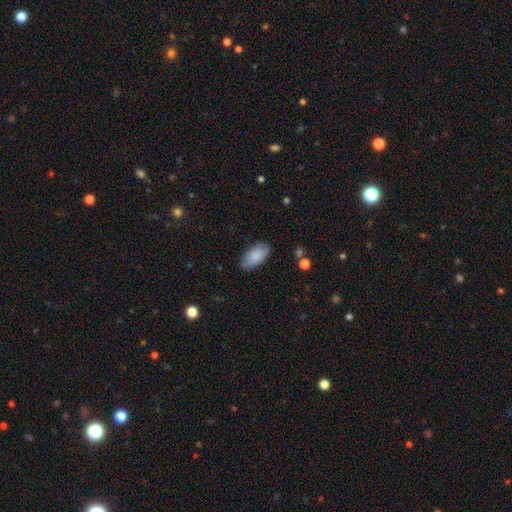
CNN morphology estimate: smooth-or-featured: smooth: 87% | featured or disk: 7% | star or artifact: 6%
  how-rounded: in between: 94% | cigar-shaped: 4% | round: 2%
  merging: none: 82% | minor disturbance: 14% | major disturbance: 3% | merger: 1%